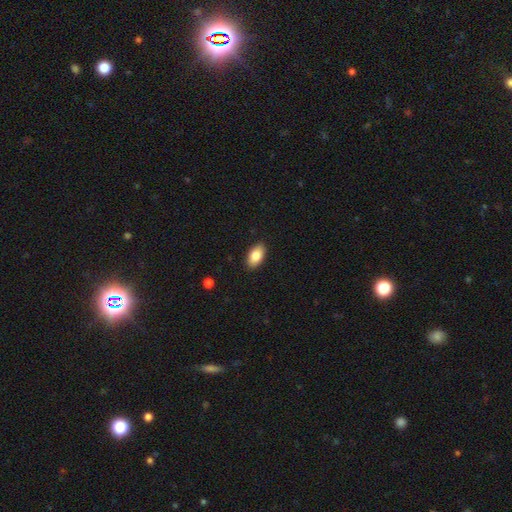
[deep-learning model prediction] This appears to be a smooth galaxy with no disk features (84%) that is in between round and cigar-shaped (93%). Merging: none (89%).